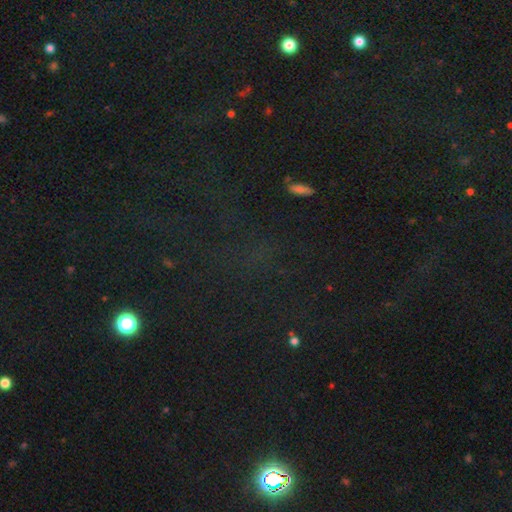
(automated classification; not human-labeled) Smooth or featured: star or artifact — 73% (smooth — 19%)